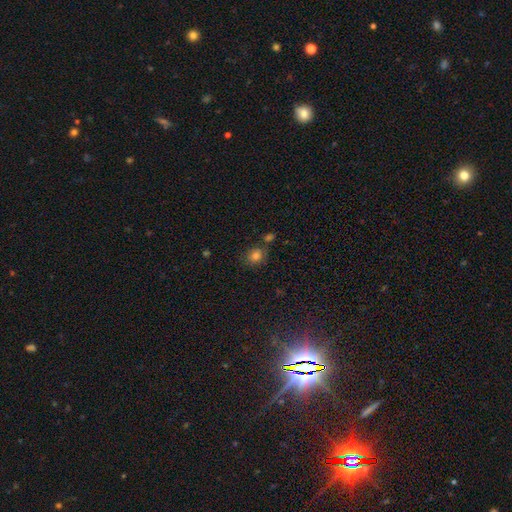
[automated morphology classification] This is likely a smooth galaxy (78%). How rounded: likely round (68%). Merging: likely none (71%).